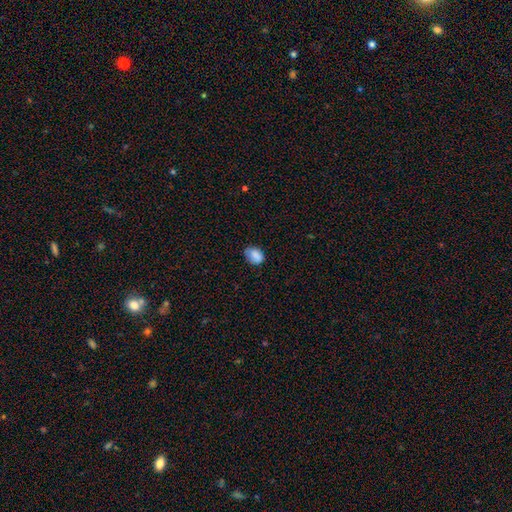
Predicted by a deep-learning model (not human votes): The model was most divided on "how rounded": in between: 63%, round: 36%, cigar-shaped: 1%. More confident: smooth or featured — smooth (84%); merging — none (64%).